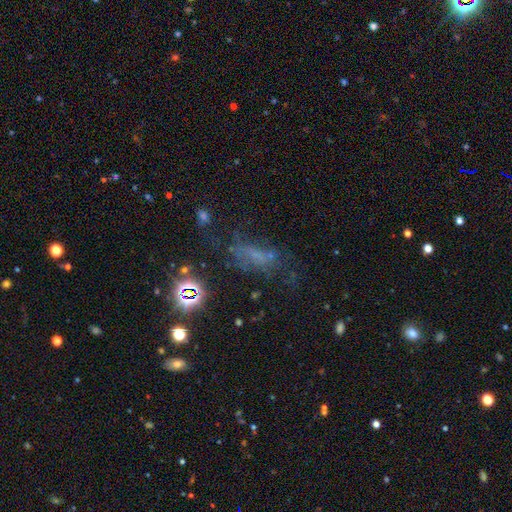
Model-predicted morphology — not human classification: Smooth or featured: star or artifact — 36% (smooth — 34%)